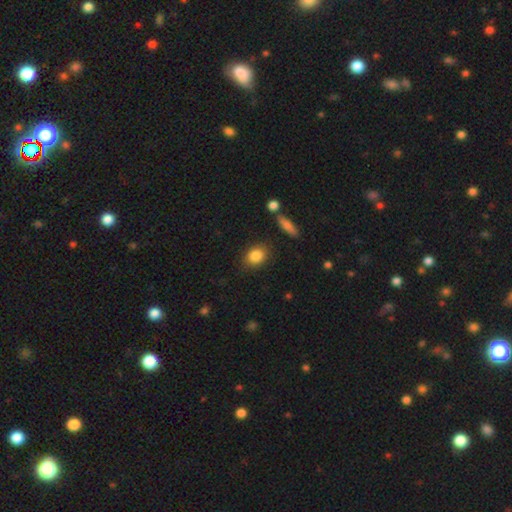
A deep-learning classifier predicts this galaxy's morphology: Smooth or featured: smooth — 86% (star or artifact — 8%)
How rounded: in between — 54% (round — 44%)
Merging: none — 82% (minor disturbance — 12%)